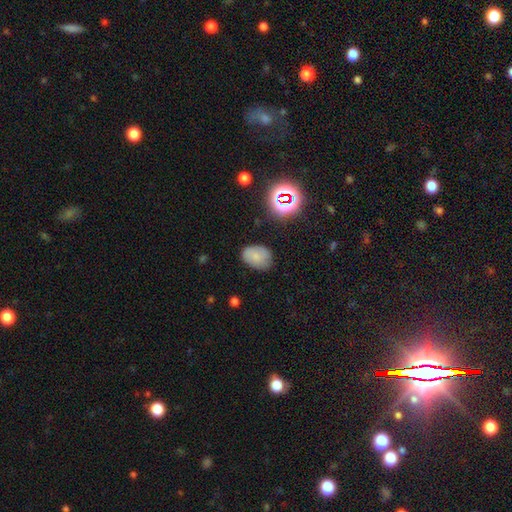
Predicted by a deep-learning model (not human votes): Morphology: type=smooth (74%); roundness=in between (75%); merging=none (72%).